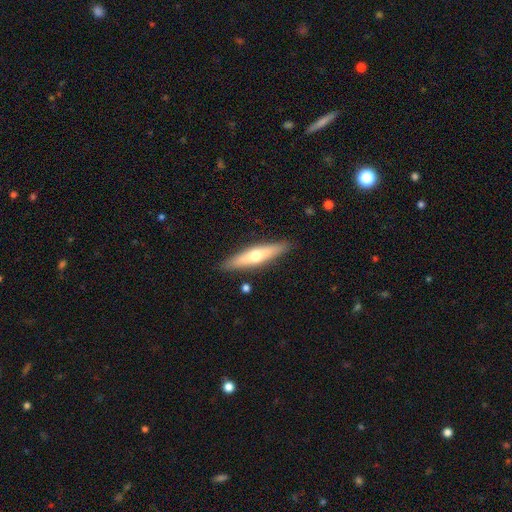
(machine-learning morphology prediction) A featured or disk galaxy (49%). Merging: none (88%).